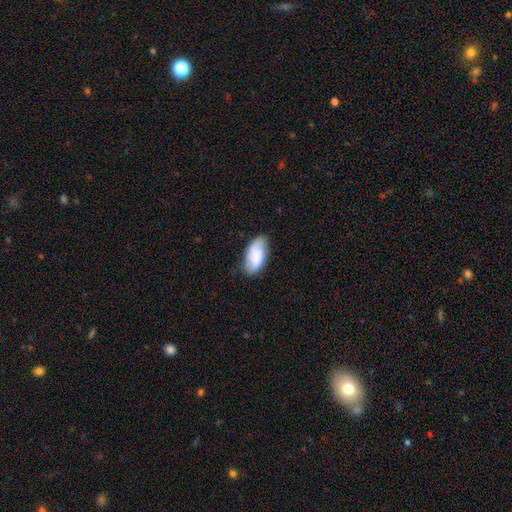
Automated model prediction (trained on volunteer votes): Smooth or featured: smooth — 67% (featured or disk — 26%)
How rounded: in between — 94% (cigar-shaped — 3%)
Merging: none — 68% (minor disturbance — 25%)